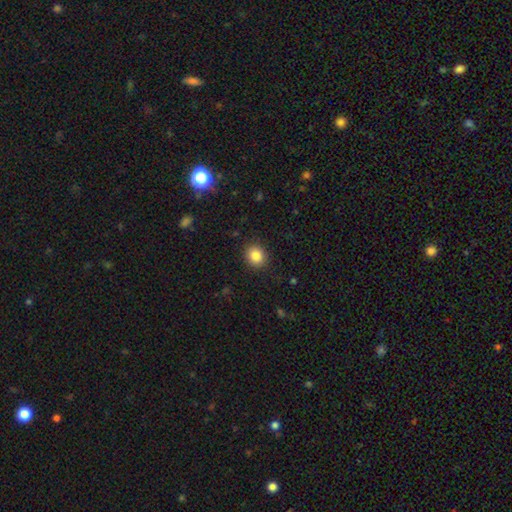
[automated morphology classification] This is clearly a smooth galaxy (85%). How rounded: likely round (76%). Merging: clearly none (90%).